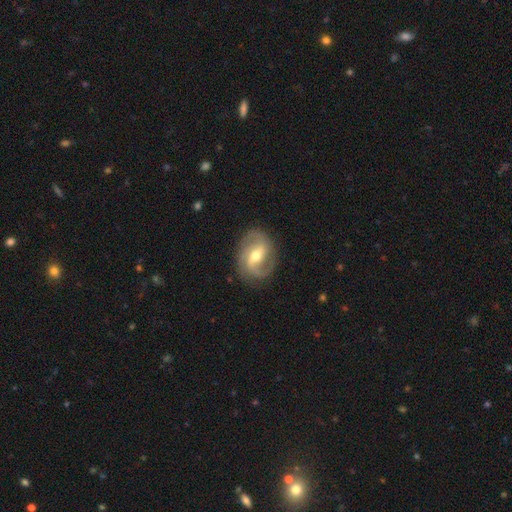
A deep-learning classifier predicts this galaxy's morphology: This is clearly a featured or disk galaxy (84%). It is clearly not viewed edge-on (97%). Bar: possibly weak (47%). Spiral arm pattern: clearly yes (95%). Spiral arm count: likely 2 (79%). Spiral winding: possibly medium (49%). Central bulge: likely moderate (69%). Merging: clearly none (82%).